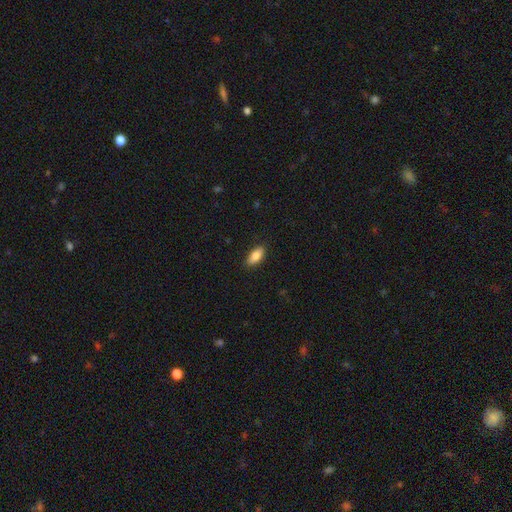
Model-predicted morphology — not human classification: Smooth or featured? smooth (84%)
How rounded? in between (87%)
Merging? none (88%)